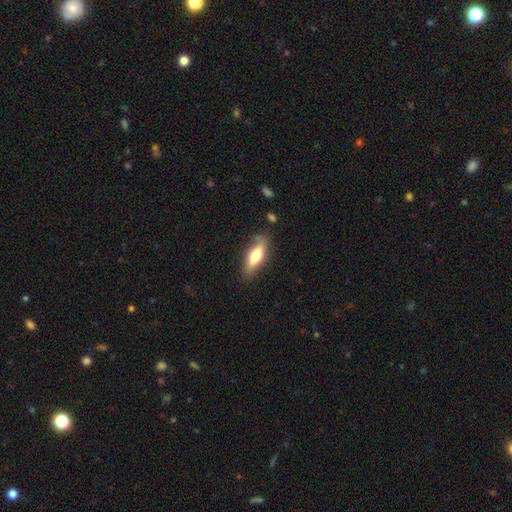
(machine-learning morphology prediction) Smooth or featured: smooth — 63% (featured or disk — 31%)
How rounded: in between — 58% (cigar-shaped — 40%)
Merging: none — 73% (minor disturbance — 20%)